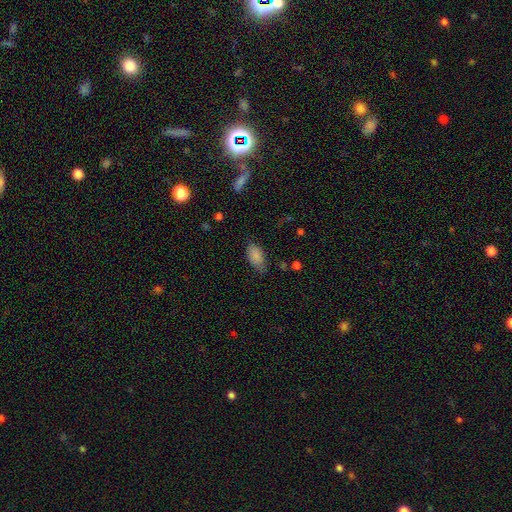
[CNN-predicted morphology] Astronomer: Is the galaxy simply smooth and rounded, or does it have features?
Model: smooth — 85%.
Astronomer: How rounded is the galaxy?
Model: in between — 93%.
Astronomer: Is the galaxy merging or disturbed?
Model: none — 68%.